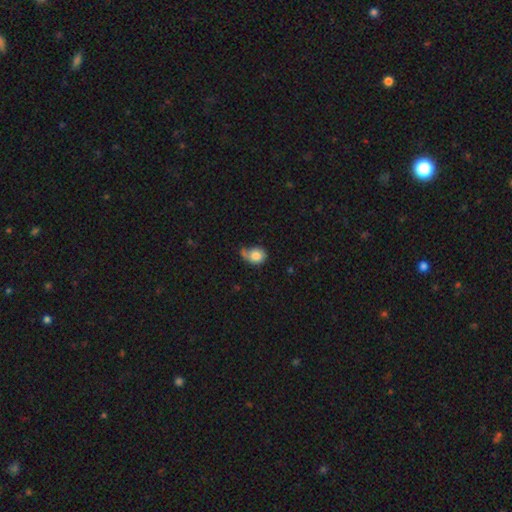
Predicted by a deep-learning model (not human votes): Smooth or featured? Predicted: smooth (p=0.78). How rounded? Predicted: round (p=0.54). Merging? Predicted: none (p=0.37).